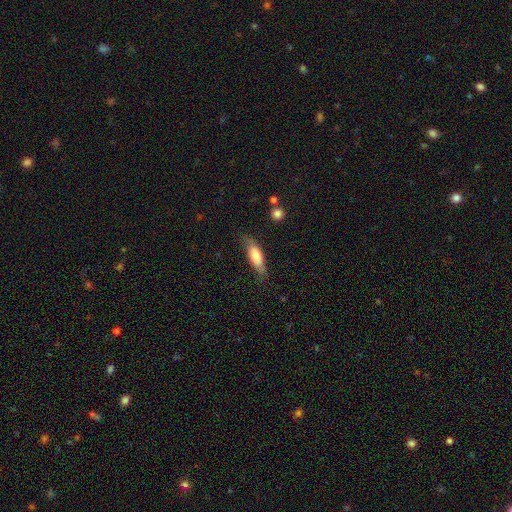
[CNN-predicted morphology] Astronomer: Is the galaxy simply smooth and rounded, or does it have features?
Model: smooth — 69%.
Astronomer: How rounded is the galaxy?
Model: in between — 58% (runner-up: cigar-shaped, 40%).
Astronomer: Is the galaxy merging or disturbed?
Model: none — 65%.